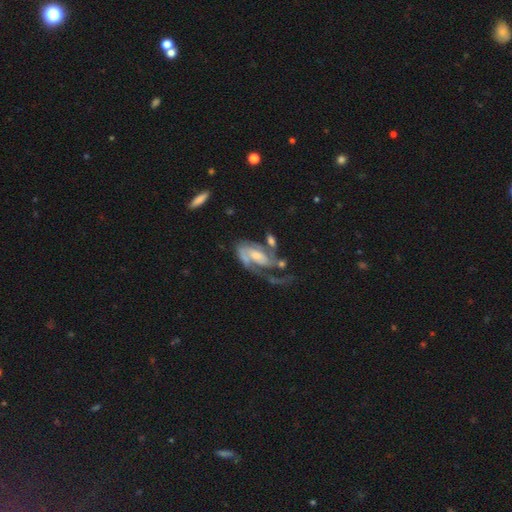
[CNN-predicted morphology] This is clearly a featured or disk galaxy (80%). It is clearly not viewed edge-on (96%). Bar: possibly no (48%). Spiral arm pattern: clearly yes (92%). Spiral arm count: possibly 1 (53%). Spiral winding: marginally medium (39%). Central bulge: marginally moderate (38%). Merging: marginally major disturbance (45%).